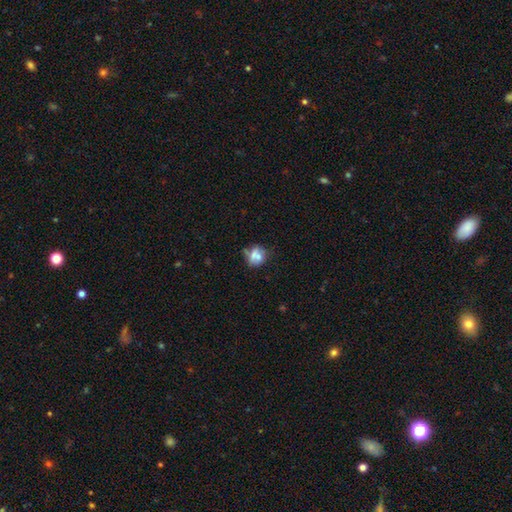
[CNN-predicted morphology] Q: Smooth or featured?
A: smooth (65%); runner-up: featured or disk (21%)
Q: How rounded?
A: round (75%); runner-up: in between (23%)
Q: Merging?
A: none (59%); runner-up: merger (19%)